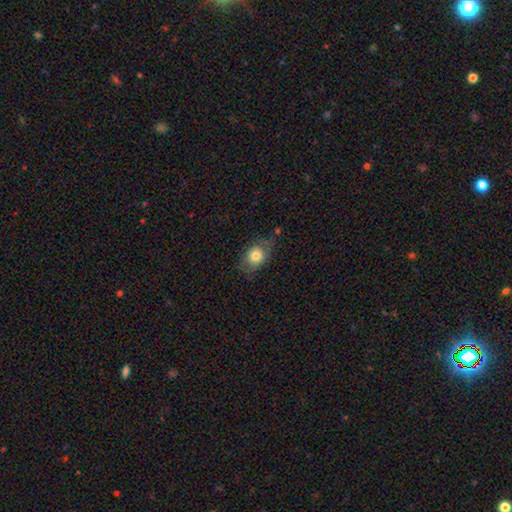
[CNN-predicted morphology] type=smooth (76%); roundness=in between (62%); merging=none (63%).